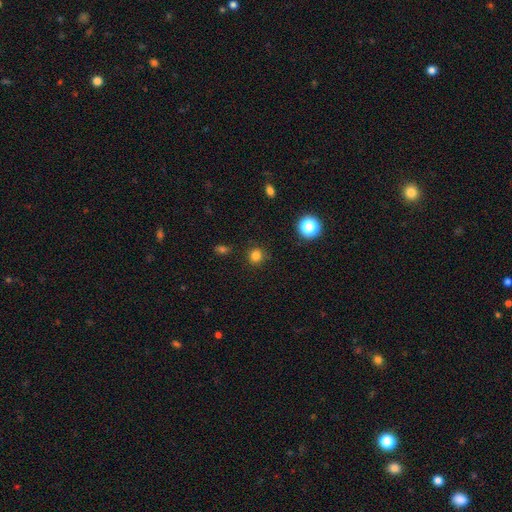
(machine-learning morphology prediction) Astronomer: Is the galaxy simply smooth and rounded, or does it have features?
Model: smooth — 81%.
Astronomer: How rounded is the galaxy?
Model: round — 90%.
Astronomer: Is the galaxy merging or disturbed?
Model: none — 89%.